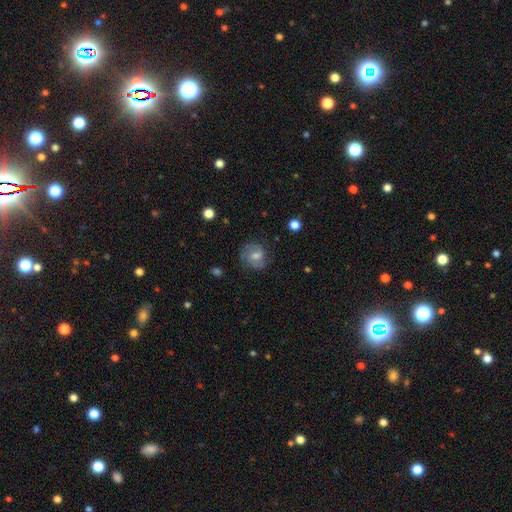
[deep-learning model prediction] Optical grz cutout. It shows a featured or disk galaxy (50%). Merging: none (76%).